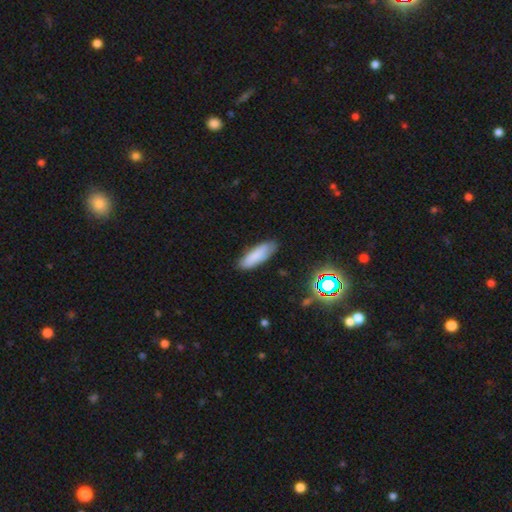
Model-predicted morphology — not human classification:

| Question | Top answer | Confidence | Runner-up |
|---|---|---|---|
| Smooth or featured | smooth | 82% | featured or disk (10%) |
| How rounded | in between | 54% | cigar-shaped (44%) |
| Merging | none | 81% | minor disturbance (15%) |